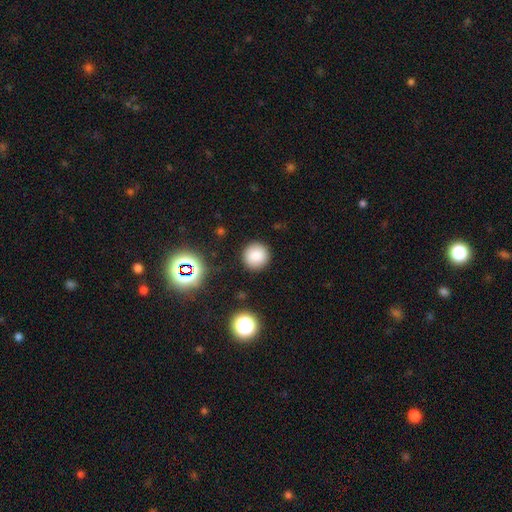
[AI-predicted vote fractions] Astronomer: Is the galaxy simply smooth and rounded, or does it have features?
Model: smooth — 82%.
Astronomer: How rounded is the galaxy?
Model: round — 94%.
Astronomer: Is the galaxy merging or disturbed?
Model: none — 90%.